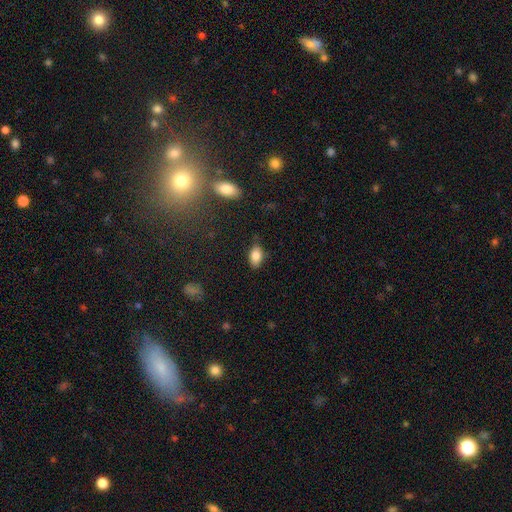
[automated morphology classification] type=smooth (84%); roundness=in between (91%); merging=none (81%).